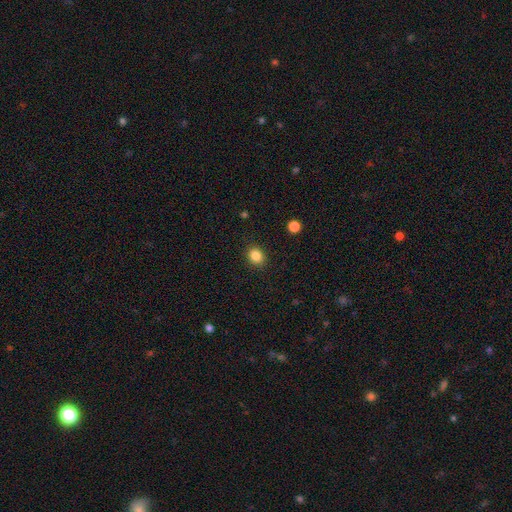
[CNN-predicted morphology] This appears to be a smooth galaxy with no disk features (85%) that is round (65%). Merging: none (89%).